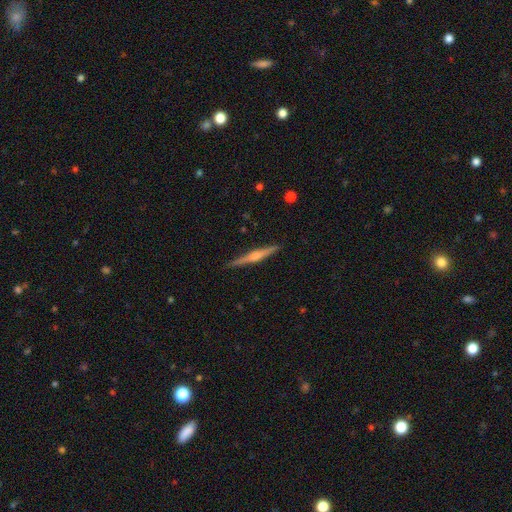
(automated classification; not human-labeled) Overall: featured or disk (69%). Edge-on disk: yes (98%). Edge-on bulge: rounded (75%). Merging: none (90%).